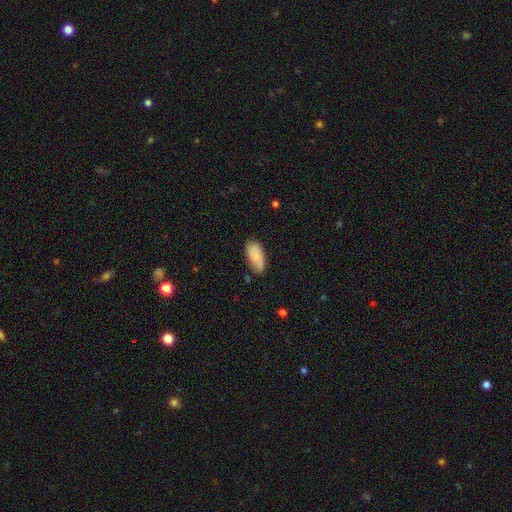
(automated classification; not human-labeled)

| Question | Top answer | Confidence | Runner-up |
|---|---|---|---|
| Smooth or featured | smooth | 80% | featured or disk (13%) |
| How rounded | in between | 91% | cigar-shaped (7%) |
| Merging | none | 70% | minor disturbance (23%) |